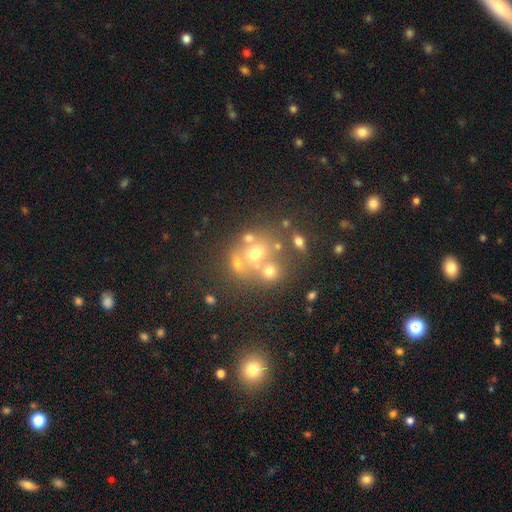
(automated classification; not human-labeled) A smooth galaxy with no disk features (49%). Merging: none (44%).